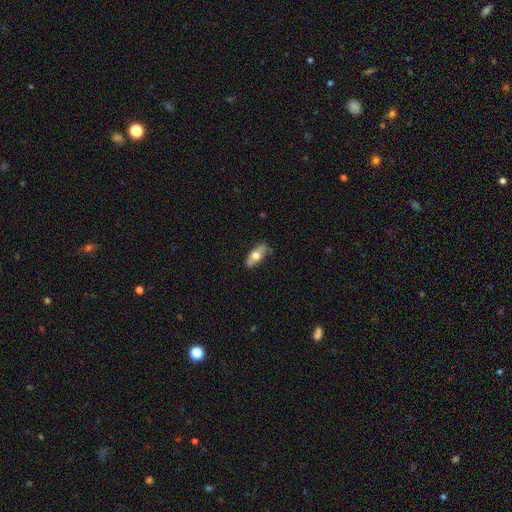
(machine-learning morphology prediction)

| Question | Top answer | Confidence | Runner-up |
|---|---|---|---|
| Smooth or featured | smooth | 58% | featured or disk (36%) |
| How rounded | in between | 79% | cigar-shaped (17%) |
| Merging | none | 77% | minor disturbance (18%) |